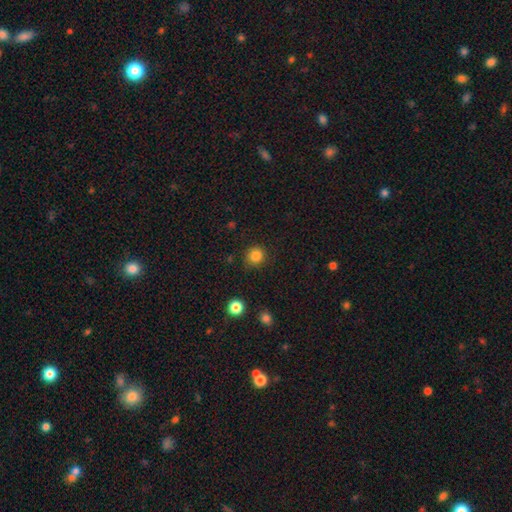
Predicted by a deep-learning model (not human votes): smooth 84%, star or artifact 12%, featured or disk 4%. Down the decision tree: how rounded — round (90%); merging — none (85%).